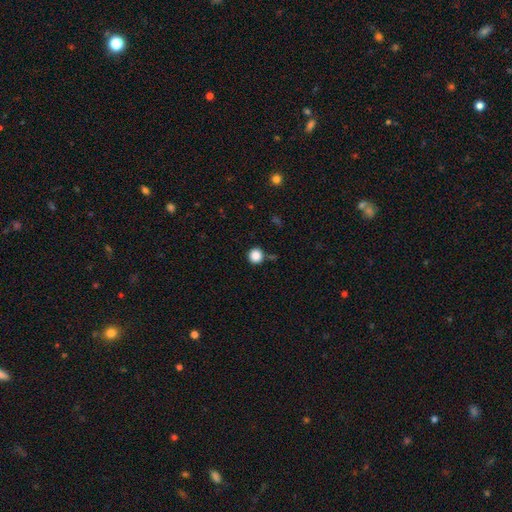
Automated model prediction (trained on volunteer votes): Smooth or featured? Predicted: smooth (p=0.86). How rounded? Predicted: round (p=0.94). Merging? Predicted: none (p=0.84).